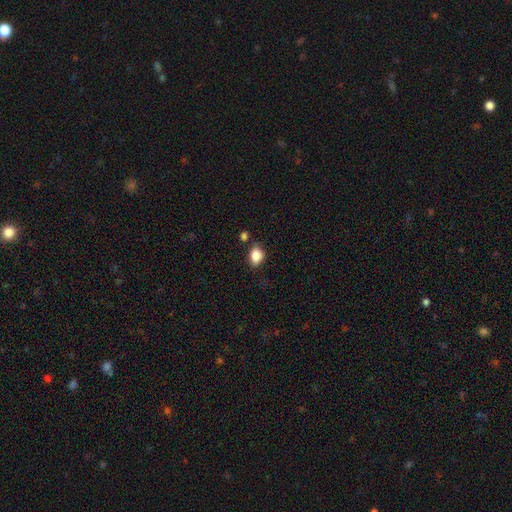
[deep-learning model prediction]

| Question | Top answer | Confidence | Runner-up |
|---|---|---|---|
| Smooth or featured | smooth | 86% | star or artifact (9%) |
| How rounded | in between | 70% | round (29%) |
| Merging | none | 72% | minor disturbance (17%) |